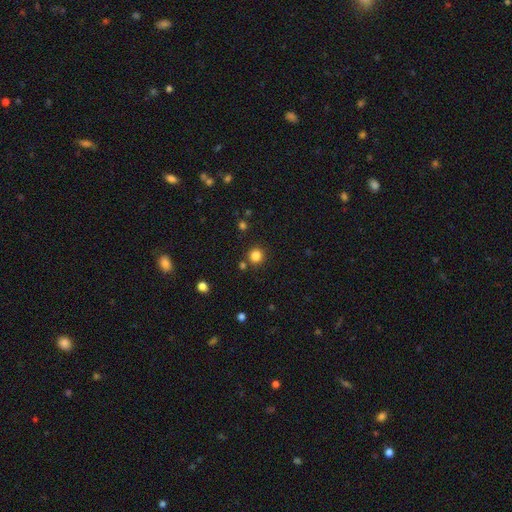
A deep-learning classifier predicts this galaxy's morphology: A smooth galaxy with no disk features (83%) that is round (93%).

Vote fractions:
- Smooth or featured? smooth: 83% / star or artifact: 13% / featured or disk: 4%
- How rounded? round: 93% / in between: 6% / cigar-shaped: 1%
- Merging? none: 84% / minor disturbance: 7% / merger: 6% / major disturbance: 3%